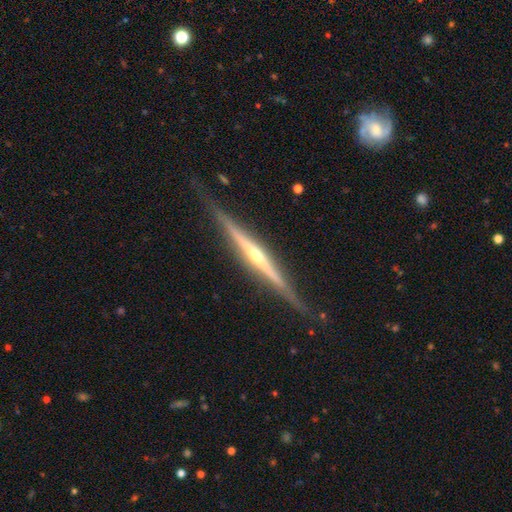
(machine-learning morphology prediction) This is clearly a featured or disk galaxy (86%). It is clearly viewed edge-on (98%). Edge-on bulge: likely rounded (80%). Merging: clearly none (84%).